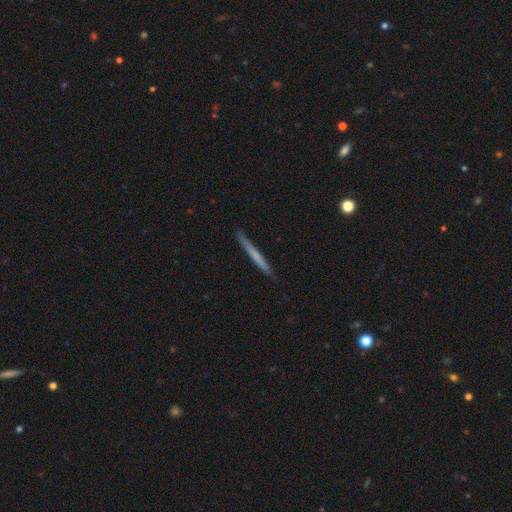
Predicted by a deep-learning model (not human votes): Smooth or featured?
  - smooth: 58% *
  - featured or disk: 36%
  - star or artifact: 6%
How rounded?
  - cigar-shaped: 97% *
  - in between: 2%
  - round: 1%
Merging?
  - none: 90% *
  - minor disturbance: 8%
  - major disturbance: 1%
  - merger: 1%